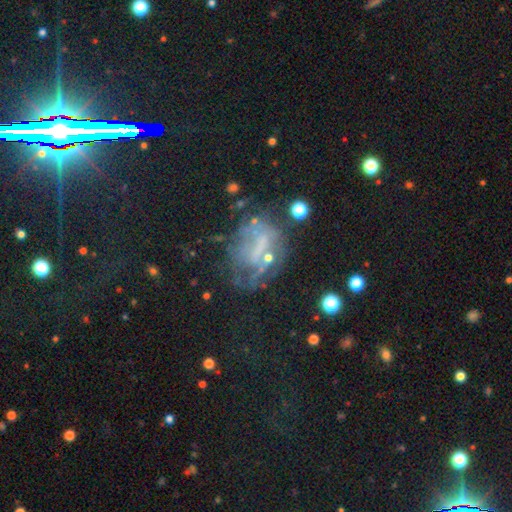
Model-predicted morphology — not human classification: A featured or disk galaxy (56%) with no bar (55%), no spiral arms (75%) and no central bulge (50%). Merging: none (38%).